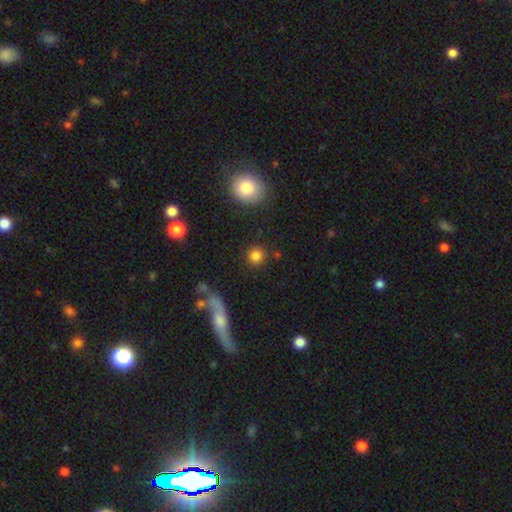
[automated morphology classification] This is clearly a smooth galaxy (83%). How rounded: clearly round (92%). Merging: clearly none (85%).